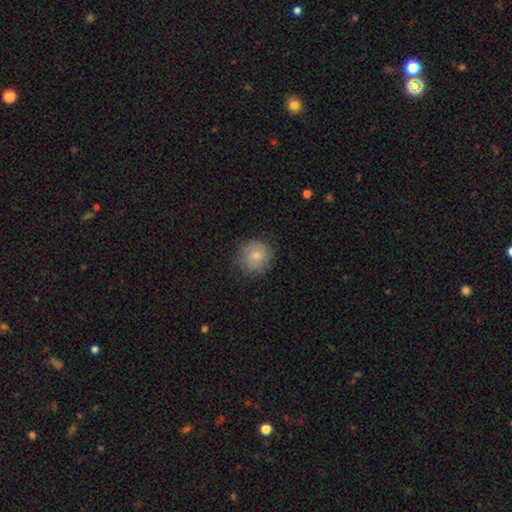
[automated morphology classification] This is likely a smooth galaxy (73%). How rounded: clearly round (90%). Merging: clearly none (82%).